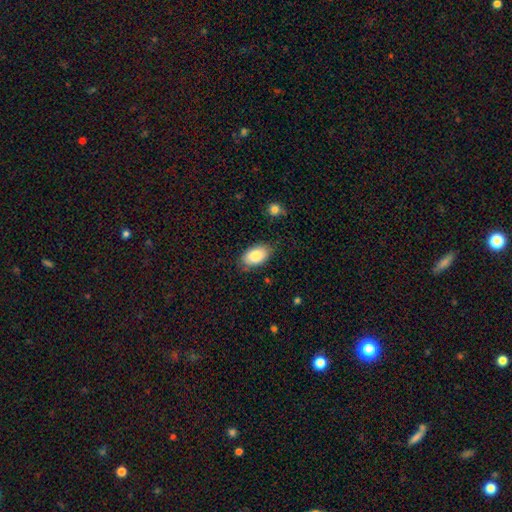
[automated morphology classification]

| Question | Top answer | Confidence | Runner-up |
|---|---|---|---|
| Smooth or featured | smooth | 86% | featured or disk (8%) |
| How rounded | in between | 94% | round (5%) |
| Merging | none | 80% | minor disturbance (16%) |